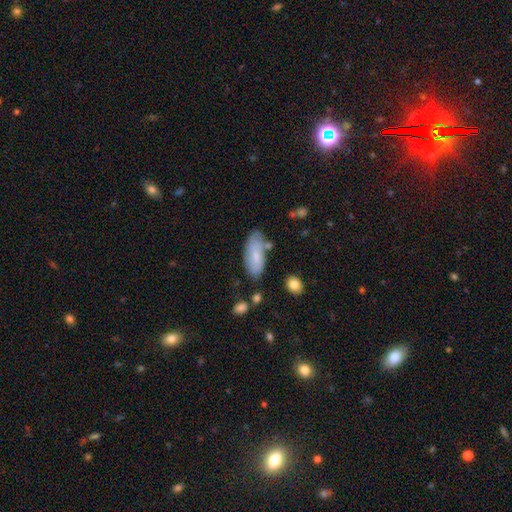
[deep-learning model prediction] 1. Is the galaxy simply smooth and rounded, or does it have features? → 74% smooth, 19% featured or disk, 6% star or artifact.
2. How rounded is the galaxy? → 83% in between, 15% cigar-shaped, 2% round.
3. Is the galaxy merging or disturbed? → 70% none, 20% minor disturbance, 6% merger, 4% major disturbance.